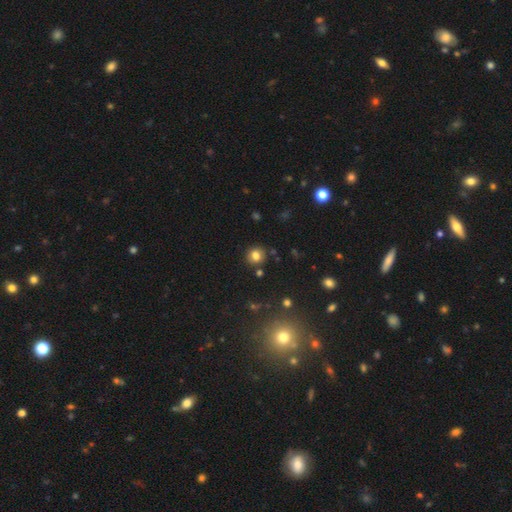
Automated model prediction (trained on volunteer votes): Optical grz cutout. It shows a smooth galaxy with no disk features (79%) that is round (88%). Merging: none (86%).